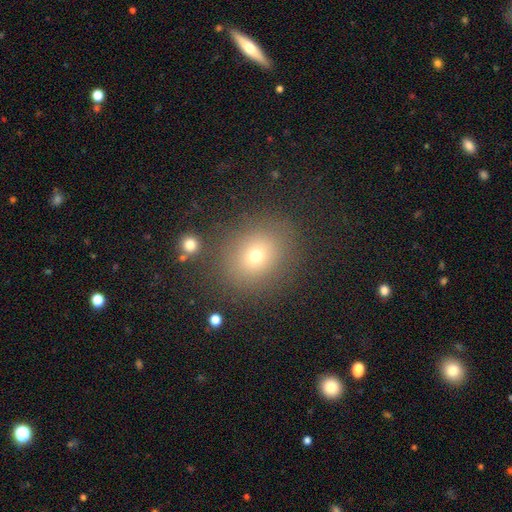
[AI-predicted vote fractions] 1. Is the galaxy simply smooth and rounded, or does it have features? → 68% smooth, 19% star or artifact, 13% featured or disk.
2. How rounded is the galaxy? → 72% round, 27% in between, 1% cigar-shaped.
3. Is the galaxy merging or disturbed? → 82% none, 10% minor disturbance, 5% major disturbance, 3% merger.